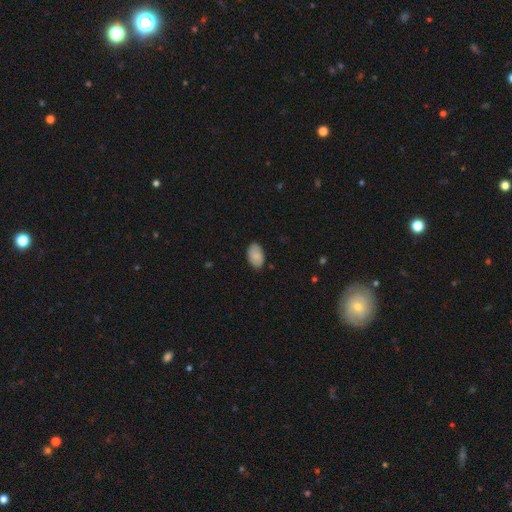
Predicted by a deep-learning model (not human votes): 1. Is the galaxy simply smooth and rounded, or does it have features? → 76% smooth, 17% featured or disk, 7% star or artifact.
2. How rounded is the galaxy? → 92% in between, 6% round, 1% cigar-shaped.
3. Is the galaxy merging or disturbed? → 83% none, 13% minor disturbance, 2% major disturbance, 1% merger.